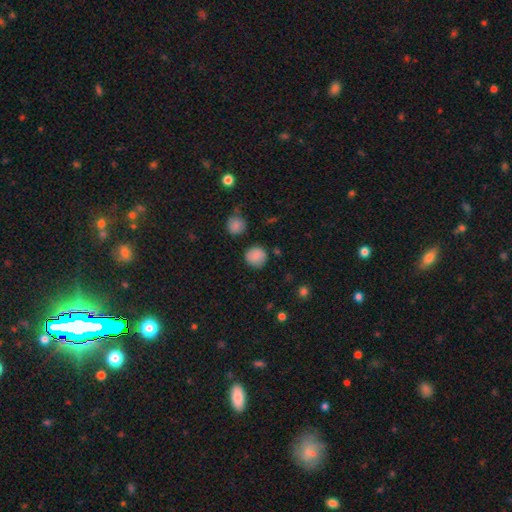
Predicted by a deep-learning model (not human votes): This appears to be a smooth galaxy with no disk features (85%) that is round (90%). Merging: none (82%).